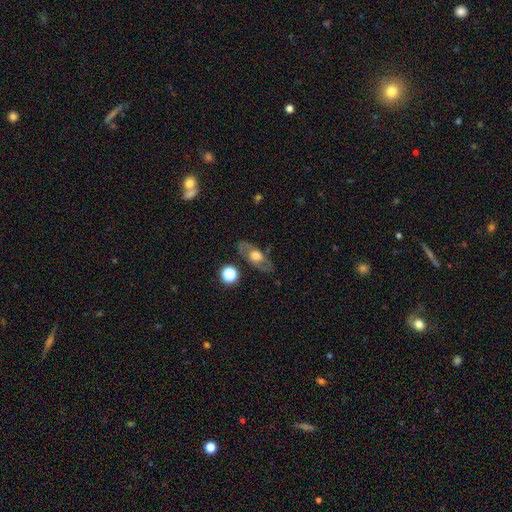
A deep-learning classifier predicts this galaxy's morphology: smooth-or-featured: featured or disk: 55% | smooth: 37% | star or artifact: 8%
  disk-edge-on: no: 77% | yes: 23%
  merging: none: 77% | minor disturbance: 14% | major disturbance: 6% | merger: 3%